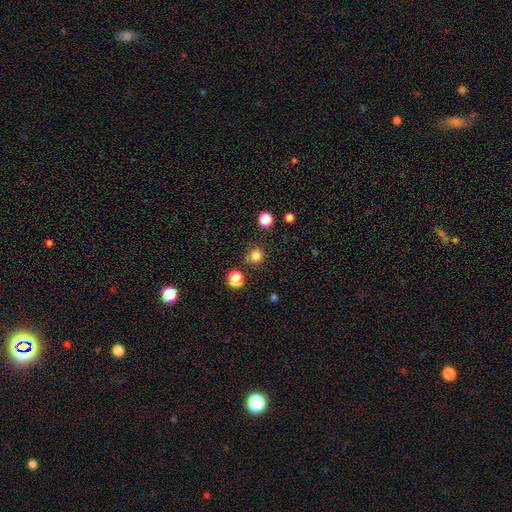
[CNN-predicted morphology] type=smooth (80%); roundness=round (92%); merging=none (78%).